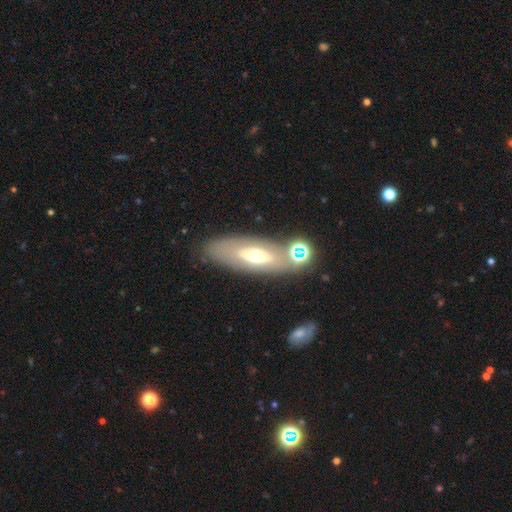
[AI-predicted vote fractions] This is possibly a featured or disk galaxy (50%). It is likely not viewed edge-on (70%). Merging: likely none (69%).